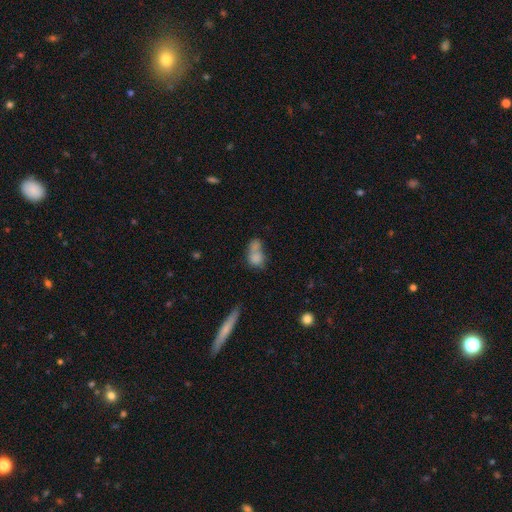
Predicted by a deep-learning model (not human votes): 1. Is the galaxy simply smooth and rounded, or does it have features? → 76% smooth, 15% featured or disk, 10% star or artifact.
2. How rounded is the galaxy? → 59% in between, 38% round, 3% cigar-shaped.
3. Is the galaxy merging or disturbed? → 57% merger, 24% none, 11% minor disturbance, 9% major disturbance.